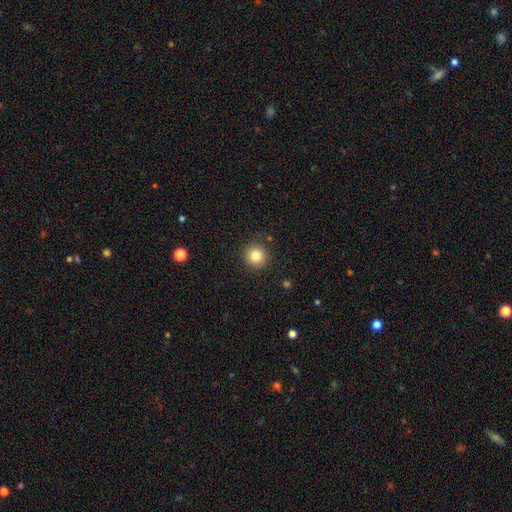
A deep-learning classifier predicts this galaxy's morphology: smooth_or_featured: smooth (p=0.82) [alt: star or artifact p=0.11]
how_rounded: round (p=0.94) [alt: in between p=0.05]
merging: none (p=0.89) [alt: minor disturbance p=0.07]